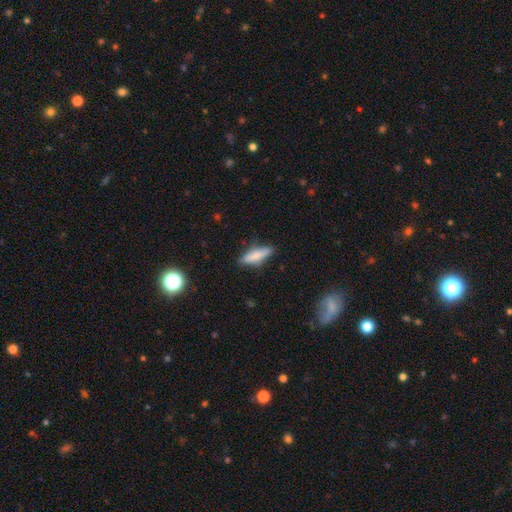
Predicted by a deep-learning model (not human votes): Smooth or featured: smooth — 75% (featured or disk — 19%)
How rounded: cigar-shaped — 59% (in between — 39%)
Merging: none — 79% (minor disturbance — 16%)